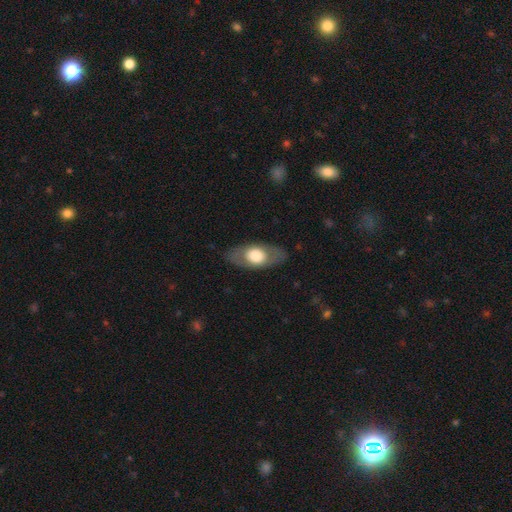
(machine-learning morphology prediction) Overall: smooth (52%; featured or disk 43%). How rounded: in between (85%). Merging: none (82%).